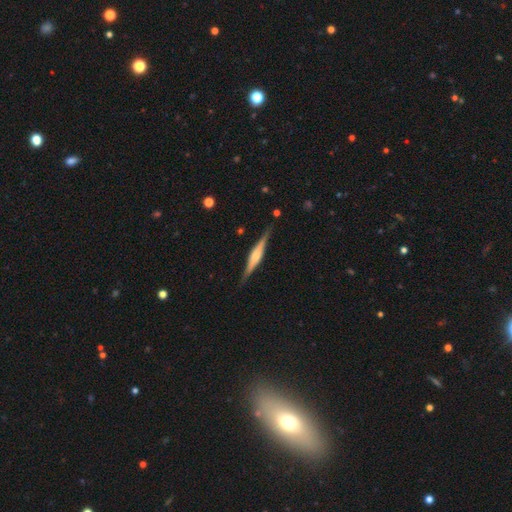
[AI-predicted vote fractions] This appears to be a featured or disk galaxy (73%) viewed edge-on (98%) with a rounded central bulge (67%). Merging: none (87%).